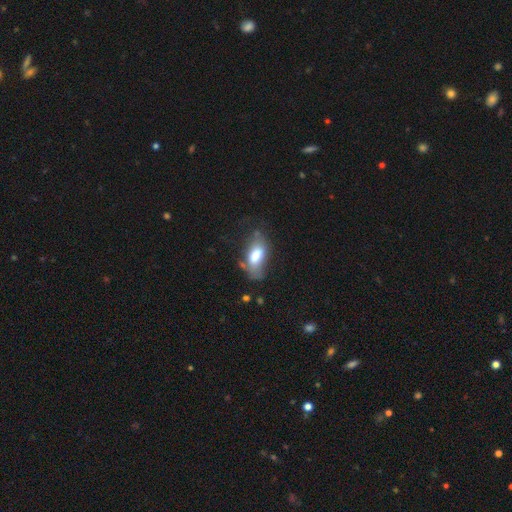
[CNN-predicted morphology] Smooth or featured?
  - smooth: 68% *
  - featured or disk: 24%
  - star or artifact: 8%
How rounded?
  - in between: 87% *
  - cigar-shaped: 10%
  - round: 3%
Merging?
  - none: 45% *
  - minor disturbance: 30%
  - major disturbance: 19%
  - merger: 6%